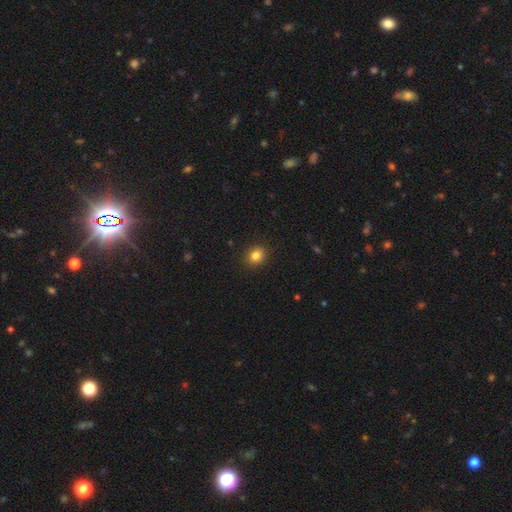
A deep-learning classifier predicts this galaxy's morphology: Smooth or featured: smooth — 83% (star or artifact — 11%)
How rounded: round — 72% (in between — 27%)
Merging: none — 90% (minor disturbance — 7%)